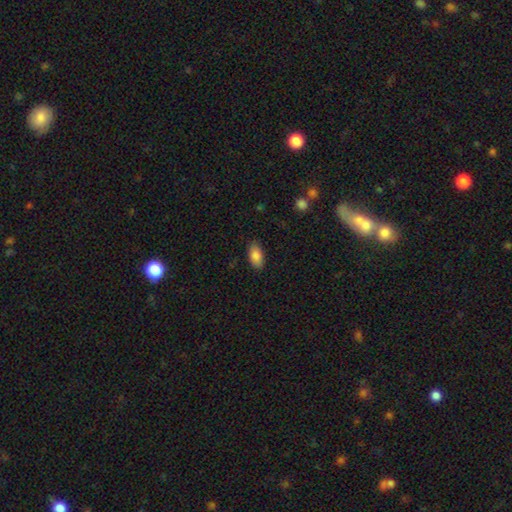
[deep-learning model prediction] Smooth or featured?
  - smooth: 86% *
  - star or artifact: 7%
  - featured or disk: 7%
How rounded?
  - in between: 92% *
  - cigar-shaped: 4%
  - round: 3%
Merging?
  - none: 87% *
  - minor disturbance: 10%
  - major disturbance: 2%
  - merger: 1%